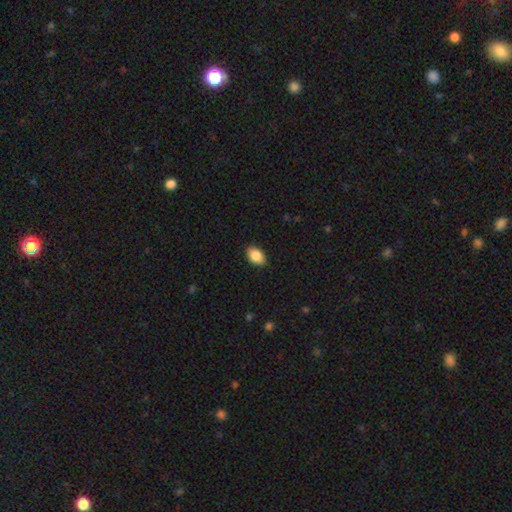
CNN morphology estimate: Smooth or featured? Predicted: smooth (p=0.87). How rounded? Predicted: in between (p=0.88). Merging? Predicted: none (p=0.87).